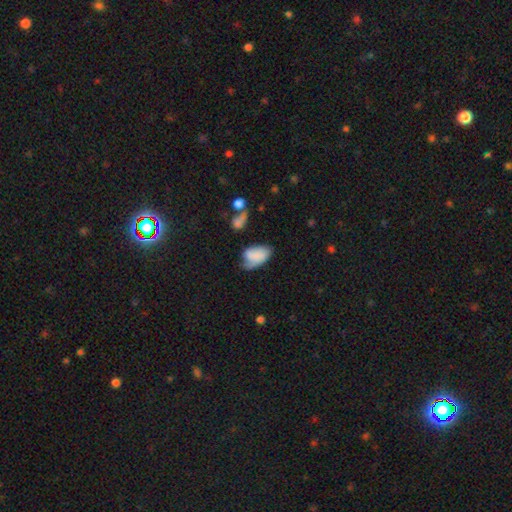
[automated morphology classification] Smooth or featured: smooth — 73% (featured or disk — 19%)
How rounded: in between — 92% (round — 7%)
Merging: minor disturbance — 36% (none — 32%)